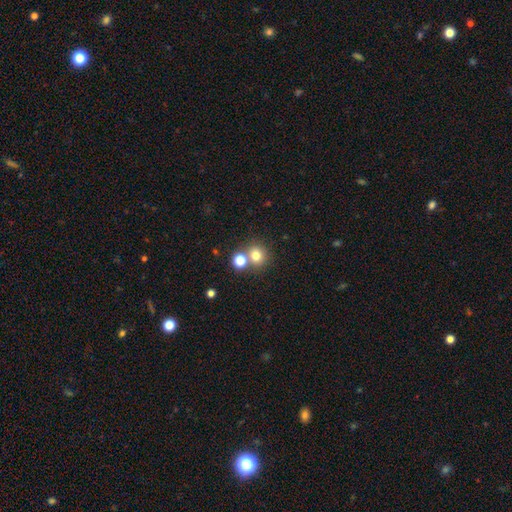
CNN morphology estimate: This is likely a smooth galaxy (76%). How rounded: clearly round (86%). Merging: likely none (62%).